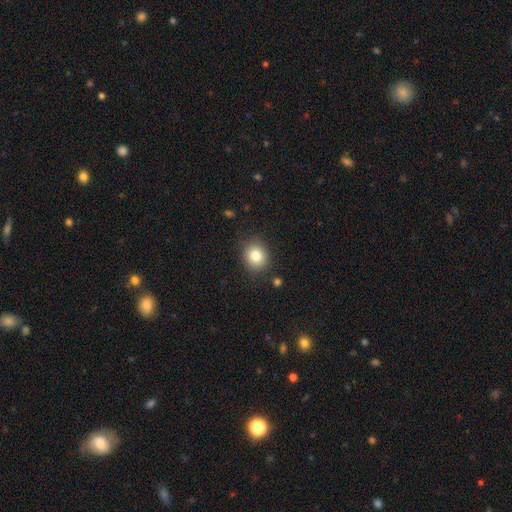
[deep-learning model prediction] This is clearly a smooth galaxy (81%). How rounded: likely round (75%). Merging: clearly none (86%).